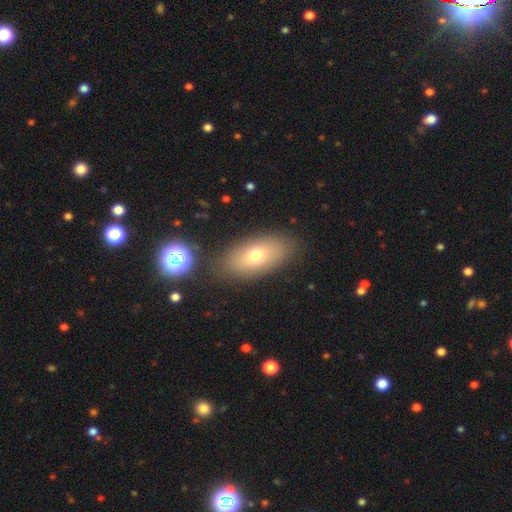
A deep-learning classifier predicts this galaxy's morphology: This appears to be a smooth galaxy with no disk features (70%) that is in between round and cigar-shaped (88%). Merging: none (82%).